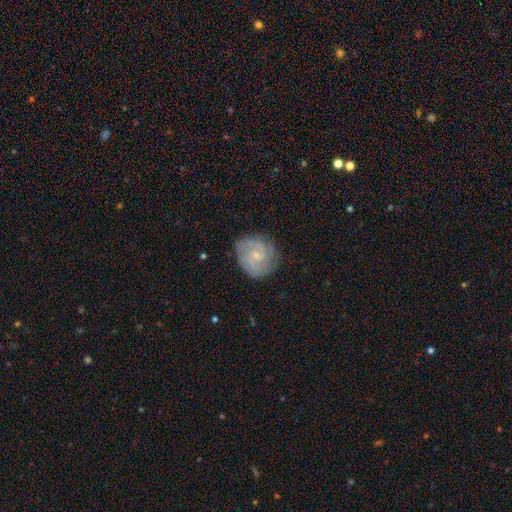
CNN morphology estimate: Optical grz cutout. It shows a featured or disk galaxy (77%) with no bar (58%), 2 (43%) tight (50%) spiral arms (95%) and a small central bulge (74%). Merging: none (78%).